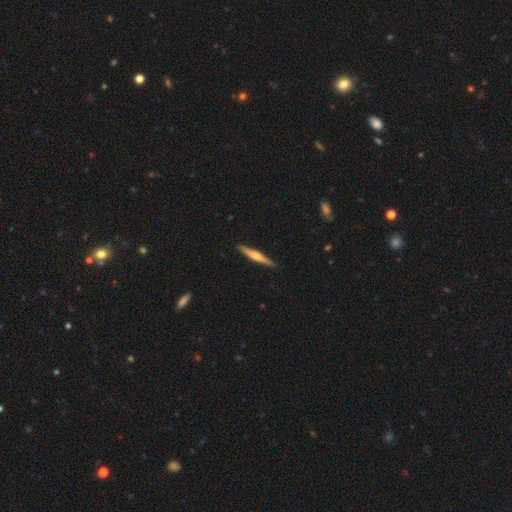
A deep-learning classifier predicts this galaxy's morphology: A featured or disk galaxy (61%) viewed edge-on (97%) with a rounded central bulge (82%).

Vote fractions:
- Smooth or featured? featured or disk: 61% / smooth: 34% / star or artifact: 5%
- Edge-on disk? yes: 97% / no: 3%
- Edge-on bulge? rounded: 82% / none: 11% / boxy: 7%
- Merging? none: 91% / minor disturbance: 6% / major disturbance: 1% / merger: 1%